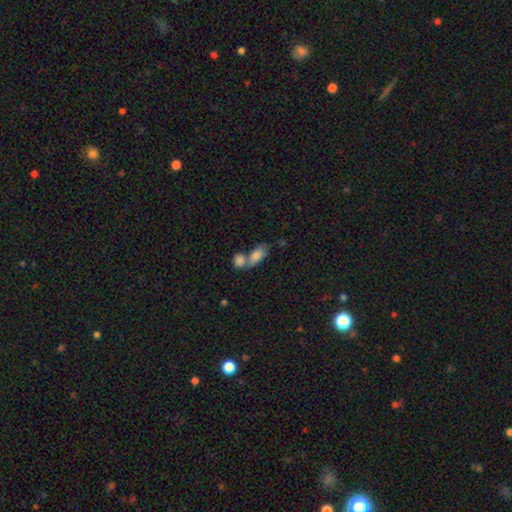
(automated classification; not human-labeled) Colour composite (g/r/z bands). It shows a smooth galaxy with no disk features (79%) that is in between round and cigar-shaped (84%). Merging: merger (54%).